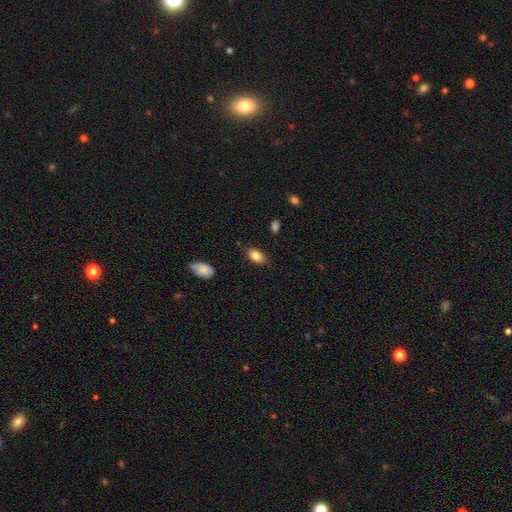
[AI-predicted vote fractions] smooth_or_featured: smooth (p=0.82) [alt: featured or disk p=0.10]
how_rounded: in between (p=0.88) [alt: round p=0.07]
merging: none (p=0.82) [alt: minor disturbance p=0.14]